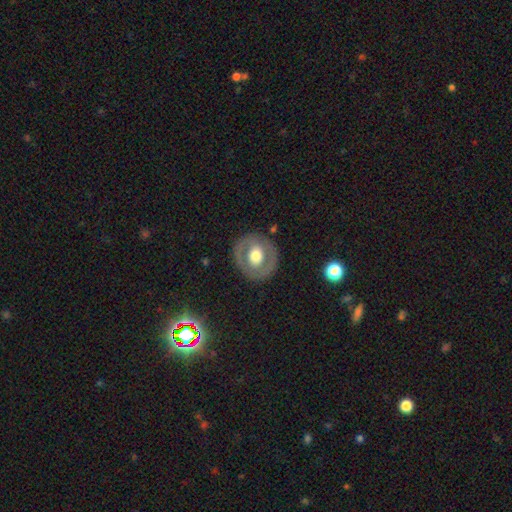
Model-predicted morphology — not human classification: A featured or disk galaxy (51%). Merging: none (84%).